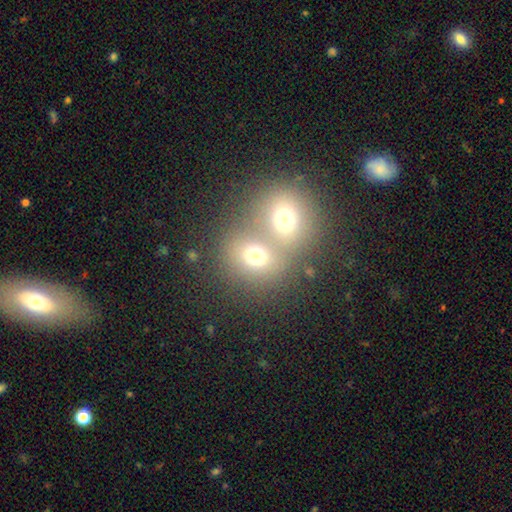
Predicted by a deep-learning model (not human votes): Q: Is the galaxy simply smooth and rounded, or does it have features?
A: smooth — 70%.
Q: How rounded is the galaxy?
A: round — 73%.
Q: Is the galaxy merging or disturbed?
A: merger — 62%.